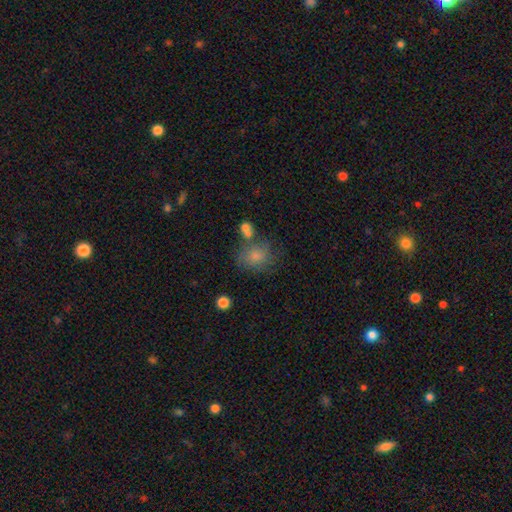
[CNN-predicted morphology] Smooth or featured?
  - smooth: 78% *
  - featured or disk: 12%
  - star or artifact: 10%
How rounded?
  - round: 56% *
  - in between: 43%
  - cigar-shaped: 1%
Merging?
  - none: 56% *
  - minor disturbance: 19%
  - merger: 15%
  - major disturbance: 10%